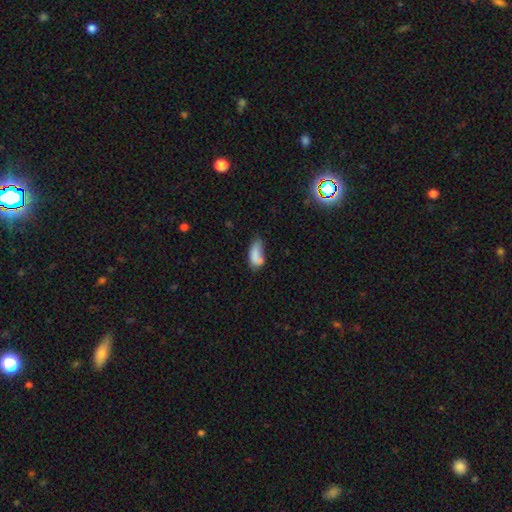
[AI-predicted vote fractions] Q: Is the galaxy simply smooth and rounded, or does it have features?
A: smooth — 78%.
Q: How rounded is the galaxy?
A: in between — 87%.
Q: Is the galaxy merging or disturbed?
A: none — 36%, tied with minor disturbance.